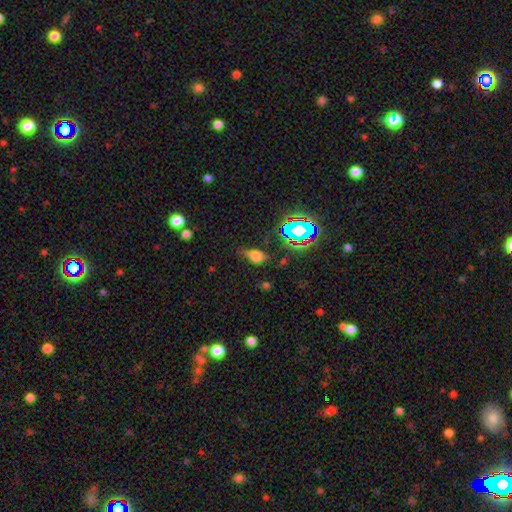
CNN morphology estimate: smooth 54%, star or artifact 26%, featured or disk 21%. Down the decision tree: how rounded — in between (74%); merging — none (50%).